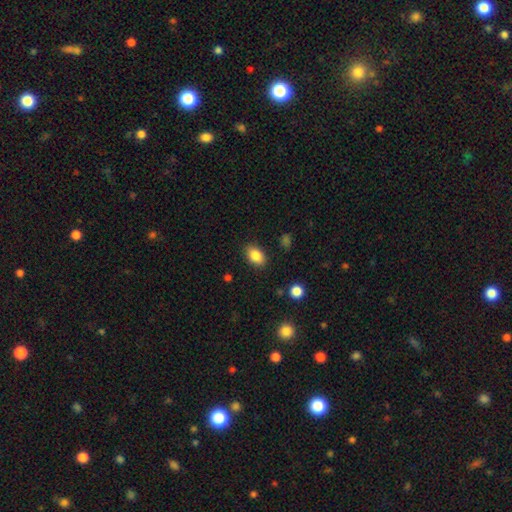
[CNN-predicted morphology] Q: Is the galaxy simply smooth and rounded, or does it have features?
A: smooth — 85%.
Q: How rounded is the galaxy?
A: in between — 86%.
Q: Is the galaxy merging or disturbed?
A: none — 86%.